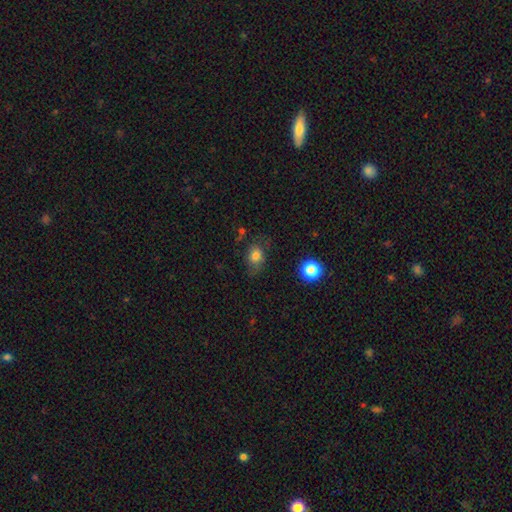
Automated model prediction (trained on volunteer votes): Smooth or featured? smooth (73%)
How rounded? in between (58%)
Merging? none (61%)